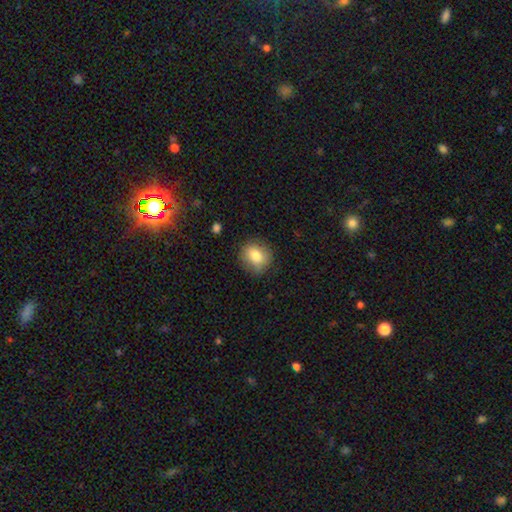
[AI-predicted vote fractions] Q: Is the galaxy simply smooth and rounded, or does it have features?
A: smooth — 81%.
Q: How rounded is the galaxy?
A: round — 74%.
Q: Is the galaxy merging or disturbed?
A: none — 82%.